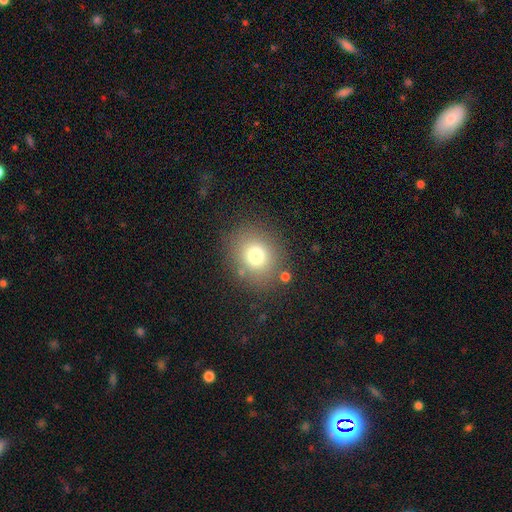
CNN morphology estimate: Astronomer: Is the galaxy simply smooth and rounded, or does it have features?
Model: smooth — 75%.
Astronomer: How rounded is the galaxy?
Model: round — 76%.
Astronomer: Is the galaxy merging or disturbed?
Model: none — 81%.